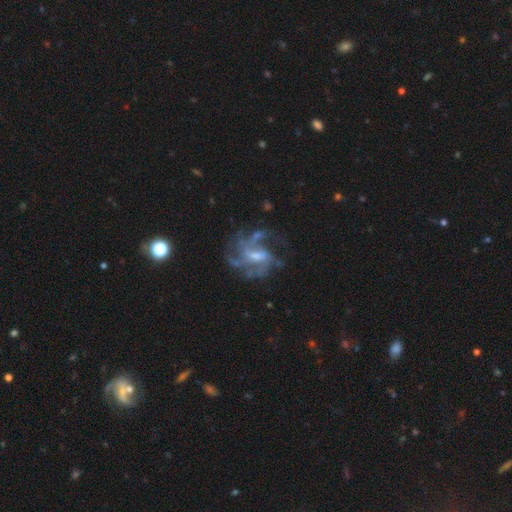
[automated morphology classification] This appears to be a featured or disk galaxy (83%) with a weak bar (51%), medium (49%) spiral arms (90%) and a moderate central bulge (41%, tied with small). Merging: none (55%).